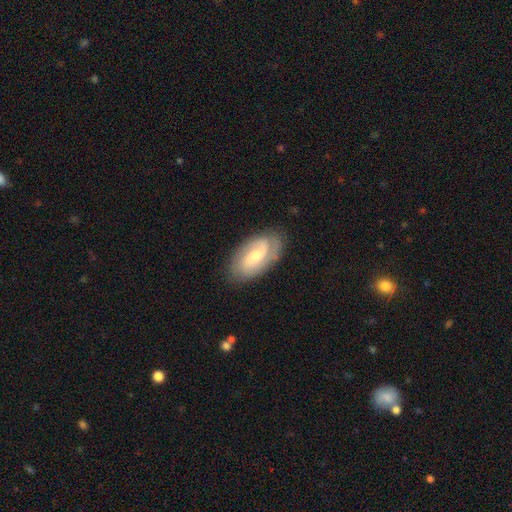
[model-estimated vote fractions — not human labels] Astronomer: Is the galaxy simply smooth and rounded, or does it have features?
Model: featured or disk — 72%.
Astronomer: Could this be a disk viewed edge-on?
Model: no — 95%.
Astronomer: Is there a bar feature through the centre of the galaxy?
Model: weak — 49% (runner-up: no, 35%).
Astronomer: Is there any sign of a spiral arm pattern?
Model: yes — 91%.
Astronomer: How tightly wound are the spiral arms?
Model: medium — 44% (runner-up: tight, 31%).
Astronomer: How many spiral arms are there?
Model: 2 — 70%.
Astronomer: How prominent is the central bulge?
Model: moderate — 47% (runner-up: small, 46%).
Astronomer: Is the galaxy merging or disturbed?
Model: none — 78%.